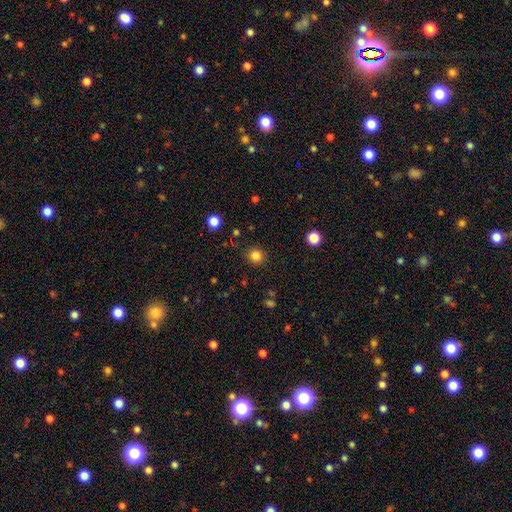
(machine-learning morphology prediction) This is clearly a smooth galaxy (83%). How rounded: clearly round (89%). Merging: clearly none (88%).